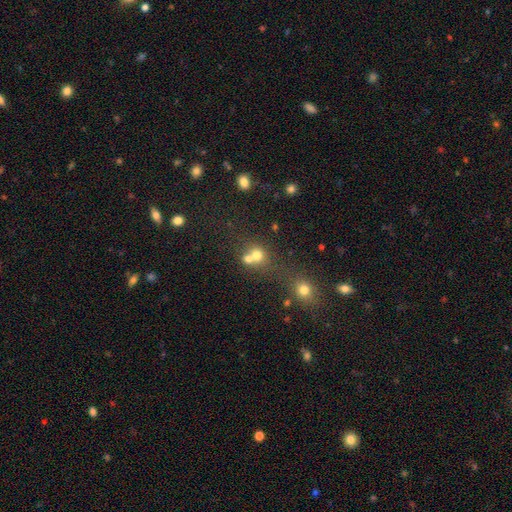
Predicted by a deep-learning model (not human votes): smooth 71%, star or artifact 16%, featured or disk 12%. Down the decision tree: how rounded — round (81%); merging — merger (49%).